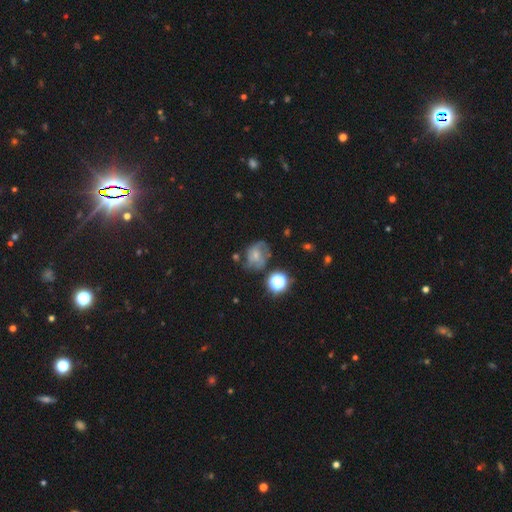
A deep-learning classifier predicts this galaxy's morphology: type=featured or disk (47%); merging=none (48%).